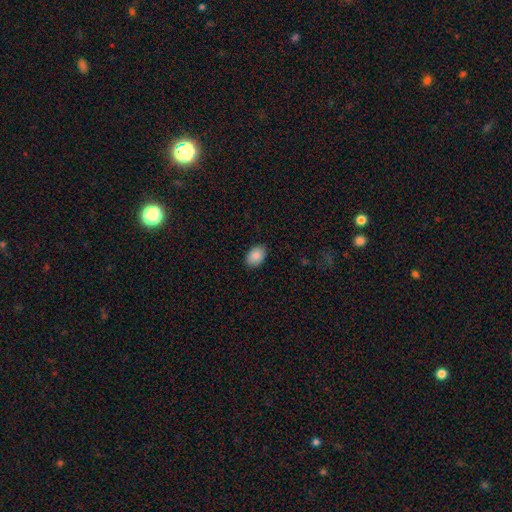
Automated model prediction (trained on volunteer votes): smooth-or-featured: smooth: 90% | star or artifact: 7% | featured or disk: 3%
  how-rounded: in between: 84% | round: 15% | cigar-shaped: 1%
  merging: none: 87% | minor disturbance: 10% | major disturbance: 2% | merger: 1%